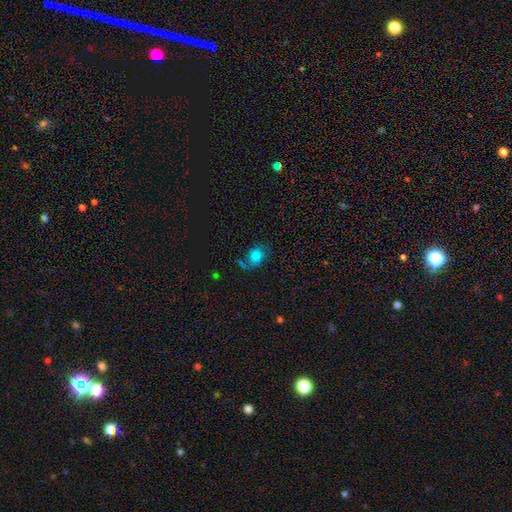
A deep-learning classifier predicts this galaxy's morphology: A smooth galaxy with no disk features (67%) that is round (52%).

Vote fractions:
- Smooth or featured? smooth: 67% / featured or disk: 20% / star or artifact: 13%
- How rounded? round: 52% / in between: 46% / cigar-shaped: 1%
- Merging? none: 48% / minor disturbance: 21% / major disturbance: 16% / merger: 15%